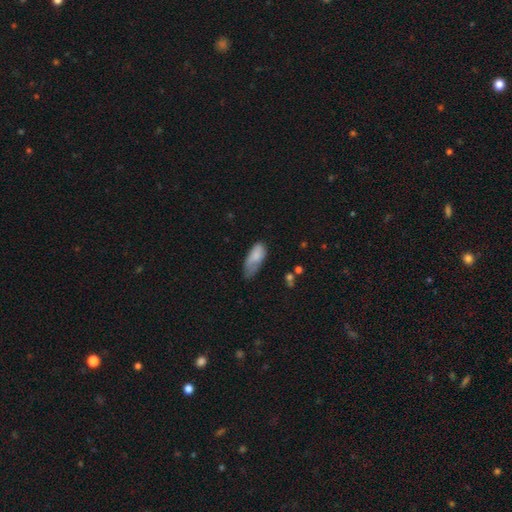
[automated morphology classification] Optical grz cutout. It shows a smooth galaxy with no disk features (78%) that is in between round and cigar-shaped (82%). Merging: minor disturbance (42%).